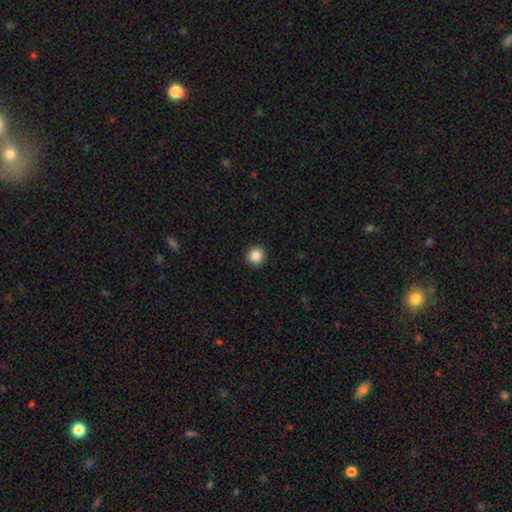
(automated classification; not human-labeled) smooth_or_featured: smooth (p=0.88) [alt: star or artifact p=0.09]
how_rounded: round (p=0.95) [alt: in between p=0.04]
merging: none (p=0.93) [alt: minor disturbance p=0.05]